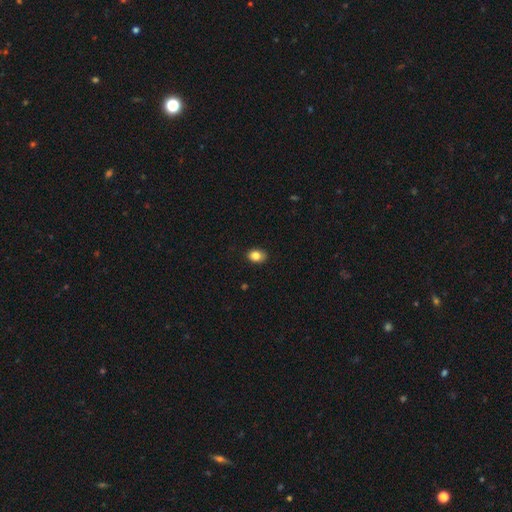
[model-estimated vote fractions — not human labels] Smooth or featured? Predicted: smooth (p=0.84). How rounded? Predicted: in between (p=0.68). Merging? Predicted: none (p=0.83).